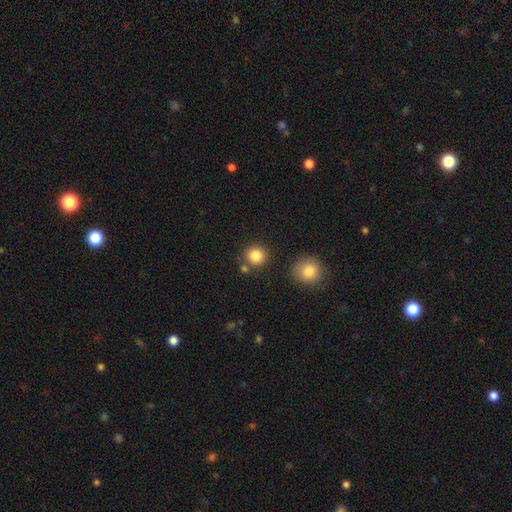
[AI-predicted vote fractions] The model was most divided on "merging": none: 81%, merger: 9%, minor disturbance: 8%, major disturbance: 3%. More confident: how rounded — round (92%); smooth or featured — smooth (84%).